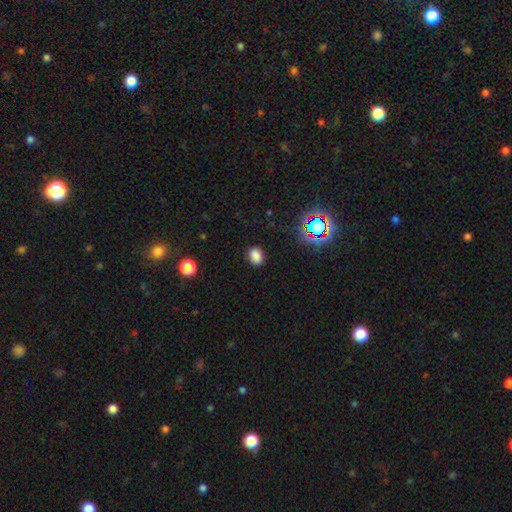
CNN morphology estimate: A smooth galaxy with no disk features (81%) that is in between round and cigar-shaped (71%). Merging: none (87%).